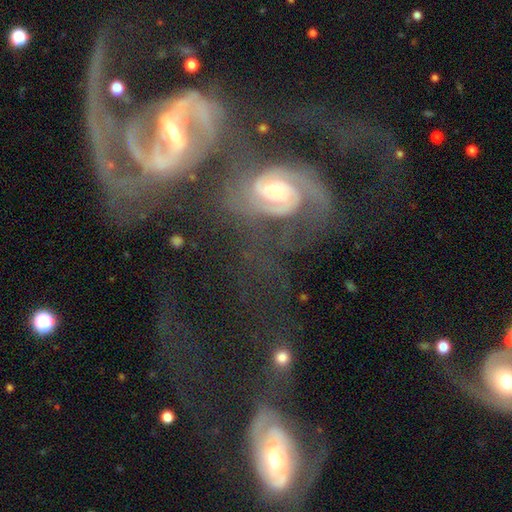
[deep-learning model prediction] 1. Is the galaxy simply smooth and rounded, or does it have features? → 76% featured or disk, 15% smooth, 9% star or artifact.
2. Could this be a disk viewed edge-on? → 94% no, 6% yes.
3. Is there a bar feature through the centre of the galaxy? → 46% no, 36% weak, 18% strong.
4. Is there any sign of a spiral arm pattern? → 86% yes, 14% no.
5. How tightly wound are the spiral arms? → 43% medium, 29% loose, 27% tight.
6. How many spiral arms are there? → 65% 2, 17% can't tell, 7% 1, 5% 3, 3% 4, 3% more than 4.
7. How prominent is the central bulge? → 54% moderate, 29% small, 11% large, 4% none, 2% dominant.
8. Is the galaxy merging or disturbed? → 53% merger, 22% major disturbance, 17% none, 9% minor disturbance.